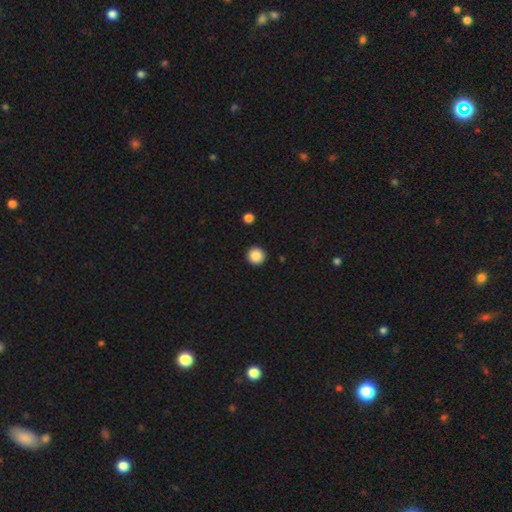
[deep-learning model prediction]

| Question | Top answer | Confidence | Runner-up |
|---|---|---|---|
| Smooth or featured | smooth | 88% | star or artifact (9%) |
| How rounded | round | 96% | in between (3%) |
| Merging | none | 93% | minor disturbance (4%) |